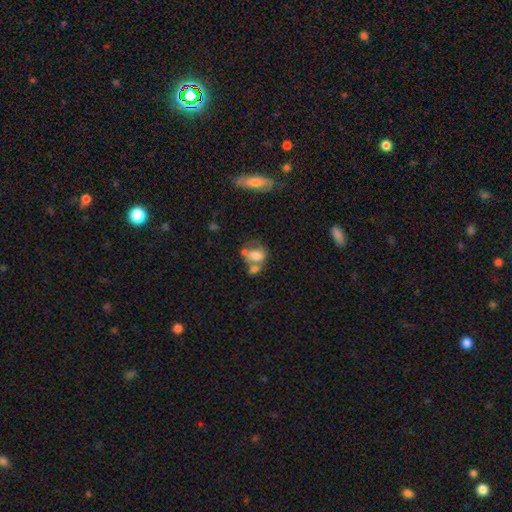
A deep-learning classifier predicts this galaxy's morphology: smooth 65%, featured or disk 25%, star or artifact 9%. Down the decision tree: how rounded — in between (70%); merging — merger (49%).